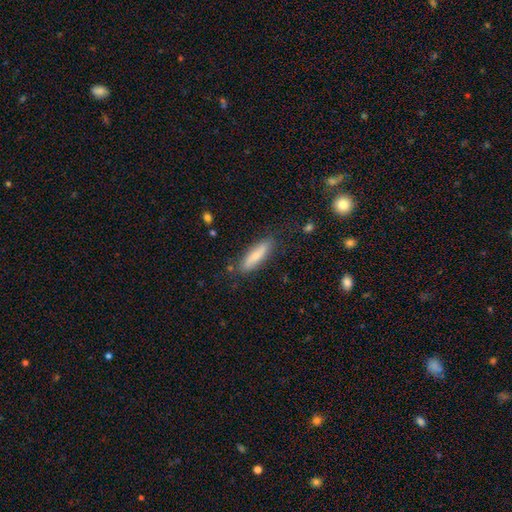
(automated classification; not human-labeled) This appears to be a smooth galaxy with no disk features (66%) that is cigar-shaped (69%). Merging: none (82%).